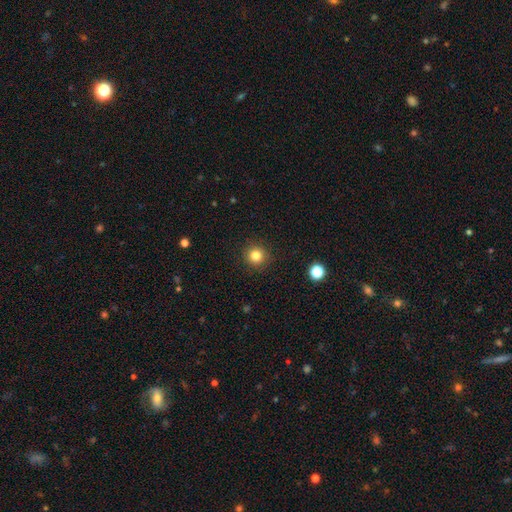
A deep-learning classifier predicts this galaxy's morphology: Overall: smooth (82%). How rounded: round (95%). Merging: none (91%).